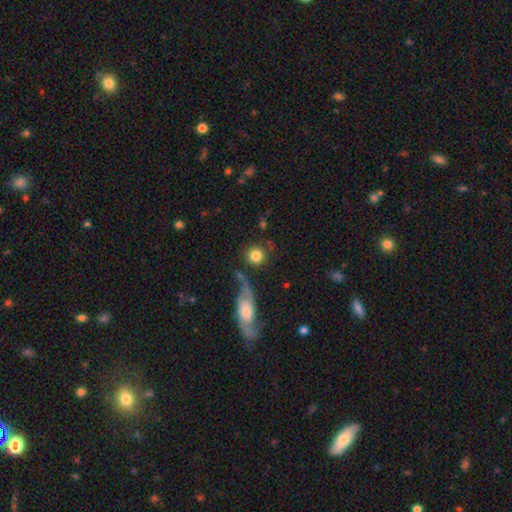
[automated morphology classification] This appears to be a smooth galaxy with no disk features (81%) that is round (92%). Merging: none (70%).